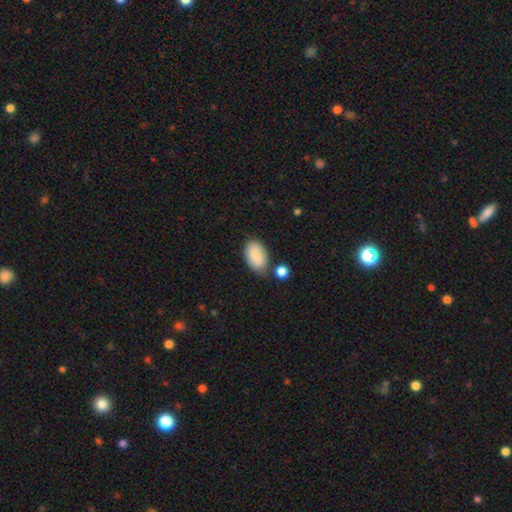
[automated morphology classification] Q: Smooth or featured?
A: smooth (87%); runner-up: featured or disk (7%)
Q: How rounded?
A: in between (94%); runner-up: round (5%)
Q: Merging?
A: none (70%); runner-up: minor disturbance (17%)